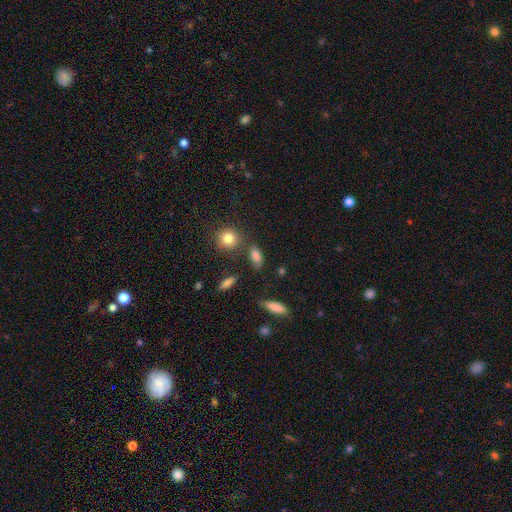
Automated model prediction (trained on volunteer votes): This is likely a smooth galaxy (80%). How rounded: likely in between (75%). Merging: likely none (66%).